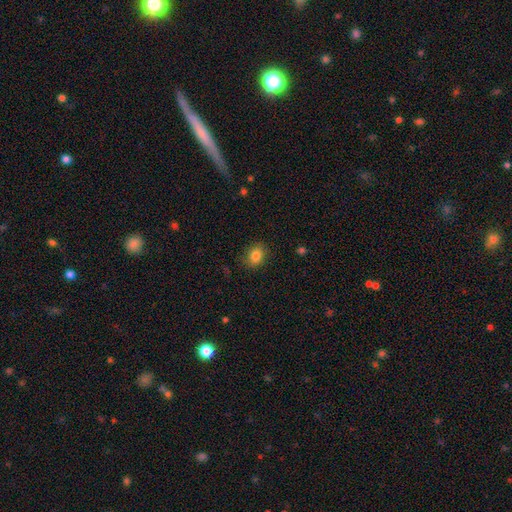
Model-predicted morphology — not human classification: Smooth or featured?
  - smooth: 84% *
  - star or artifact: 10%
  - featured or disk: 7%
How rounded?
  - in between: 55% *
  - round: 44%
  - cigar-shaped: 1%
Merging?
  - none: 84% *
  - minor disturbance: 12%
  - major disturbance: 3%
  - merger: 1%